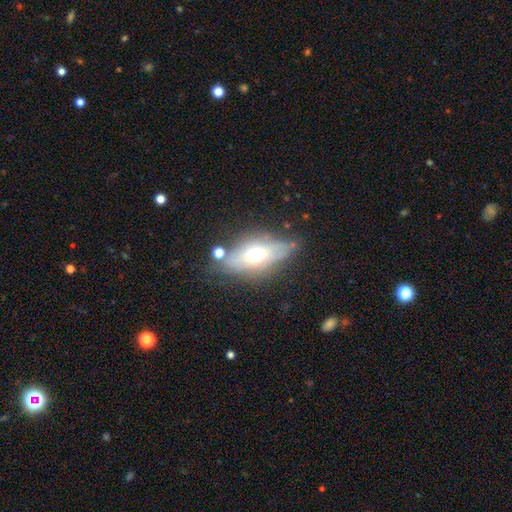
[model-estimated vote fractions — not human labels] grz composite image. It shows a featured or disk galaxy (44%, tied with smooth). Merging: none (66%).